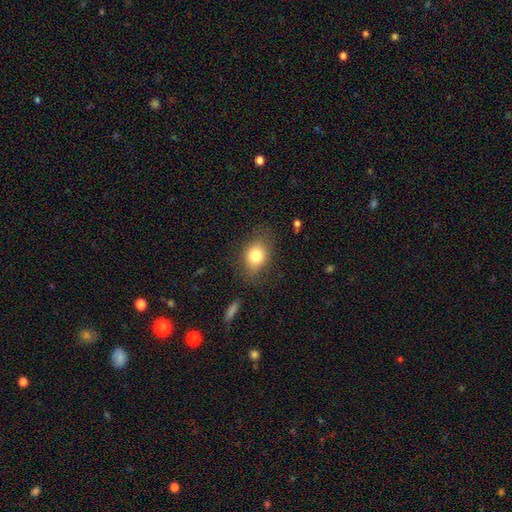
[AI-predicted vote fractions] This is likely a smooth galaxy (79%). How rounded: likely in between (62%). Merging: likely none (74%).